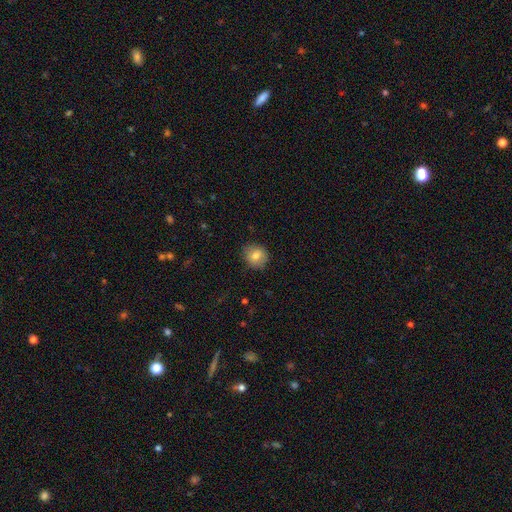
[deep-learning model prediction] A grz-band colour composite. It shows a smooth galaxy with no disk features (79%) that is round (81%). Merging: none (86%).